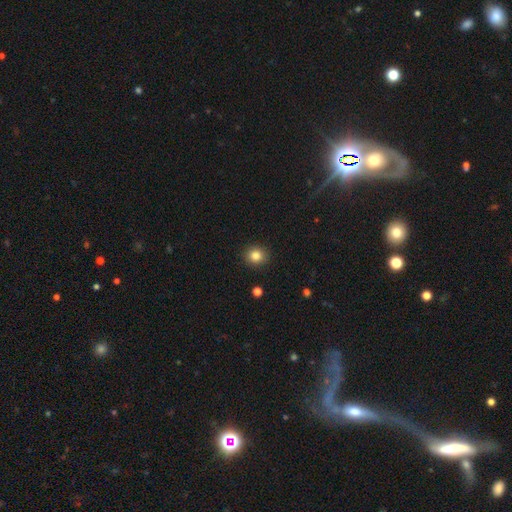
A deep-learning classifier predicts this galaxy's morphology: The model was most divided on "how rounded": round: 84%, in between: 15%, cigar-shaped: 1%. More confident: merging — none (91%); smooth or featured — smooth (84%).